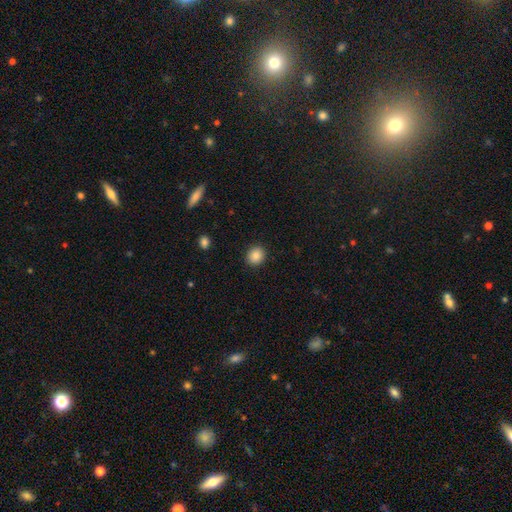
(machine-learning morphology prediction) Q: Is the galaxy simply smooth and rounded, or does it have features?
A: smooth — 87%.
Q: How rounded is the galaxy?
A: round — 75%.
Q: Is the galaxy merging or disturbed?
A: none — 91%.